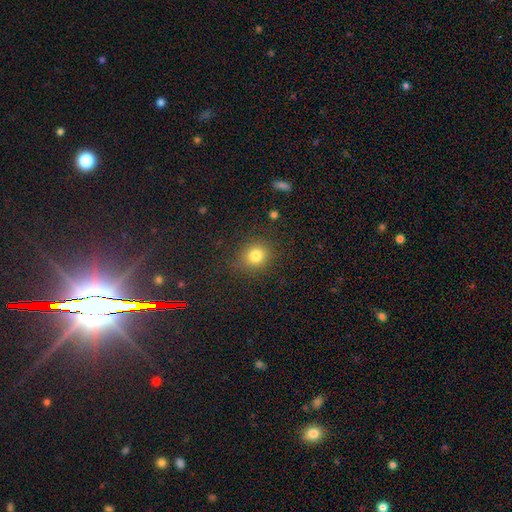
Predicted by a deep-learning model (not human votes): A smooth galaxy with no disk features (80%) that is round (81%). Merging: none (84%).